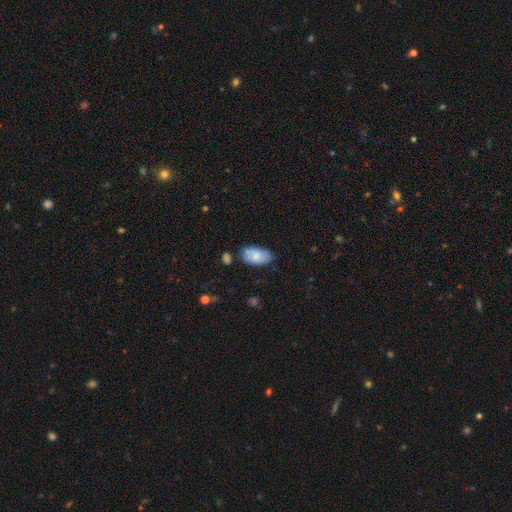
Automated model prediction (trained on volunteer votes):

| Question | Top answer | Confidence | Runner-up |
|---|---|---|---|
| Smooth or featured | smooth | 80% | featured or disk (14%) |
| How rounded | in between | 95% | round (3%) |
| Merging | none | 76% | minor disturbance (18%) |